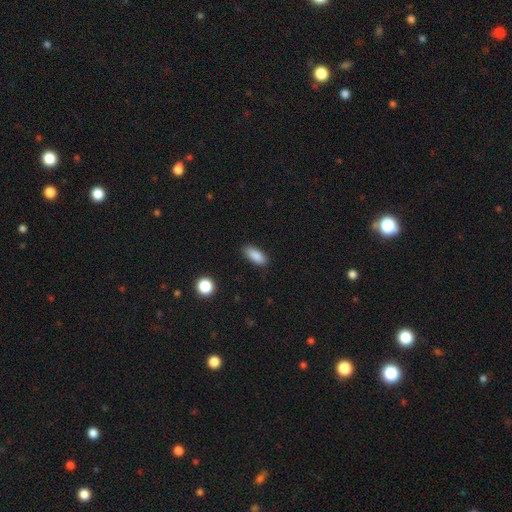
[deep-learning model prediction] smooth 88%, star or artifact 8%, featured or disk 5%. Down the decision tree: how rounded — in between (82%); merging — none (86%).